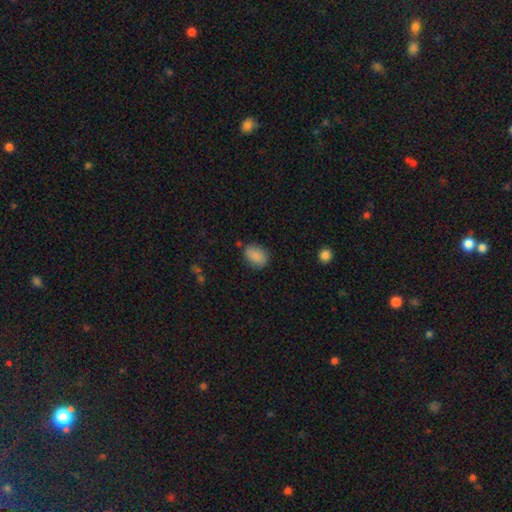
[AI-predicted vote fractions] This appears to be a smooth galaxy with no disk features (87%) that is in between round and cigar-shaped (77%). Merging: none (77%).